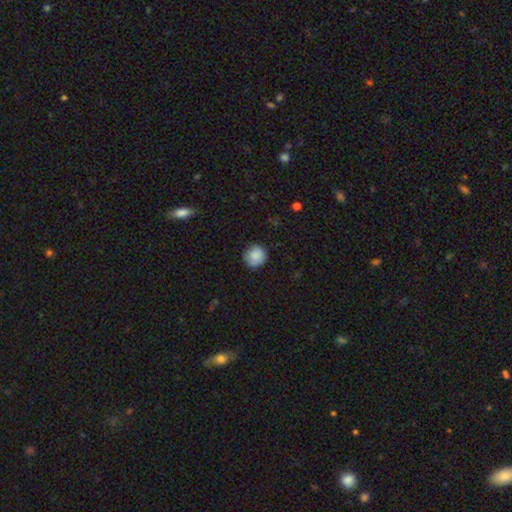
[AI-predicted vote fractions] smooth-or-featured: smooth: 87% | star or artifact: 8% | featured or disk: 5%
  how-rounded: round: 89% | in between: 10% | cigar-shaped: 1%
  merging: none: 83% | minor disturbance: 13% | major disturbance: 3% | merger: 1%